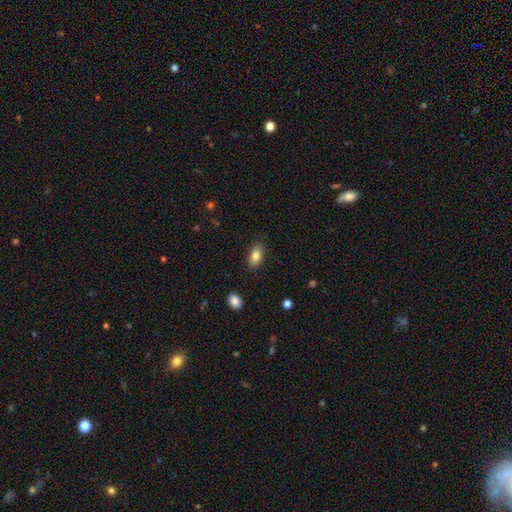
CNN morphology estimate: type=smooth (83%); roundness=in between (88%); merging=none (86%).